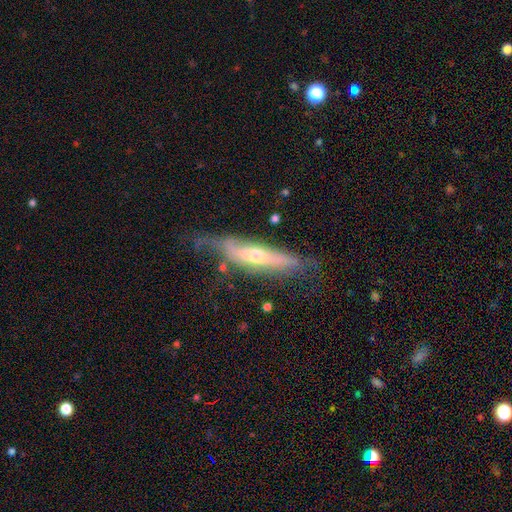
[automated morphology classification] Smooth or featured?
  - featured or disk: 69% *
  - smooth: 24%
  - star or artifact: 7%
Edge-on disk?
  - yes: 69% *
  - no: 31%
Merging?
  - none: 52% *
  - minor disturbance: 30%
  - major disturbance: 15%
  - merger: 3%